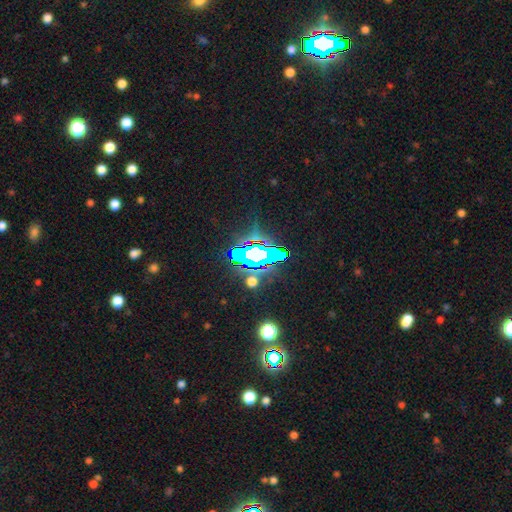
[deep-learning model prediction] Smooth or featured: star or artifact — 62% (featured or disk — 19%)